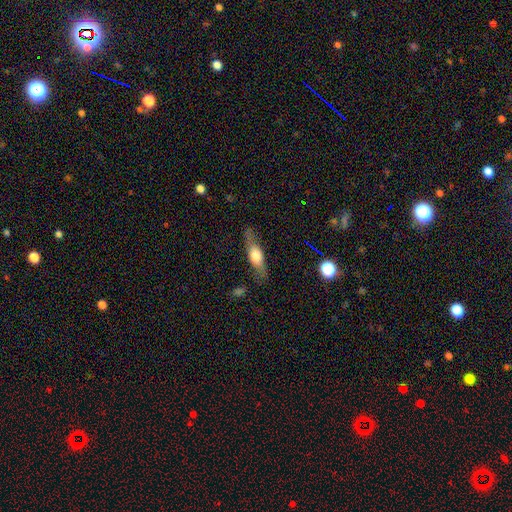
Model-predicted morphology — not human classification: smooth 51%, featured or disk 43%, star or artifact 6%. Down the decision tree: how rounded — cigar-shaped (55%); merging — none (78%).